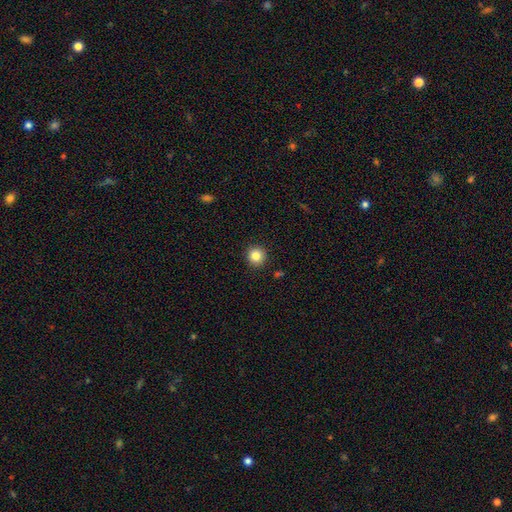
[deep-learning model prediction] Q: Smooth or featured?
A: smooth (84%); runner-up: star or artifact (11%)
Q: How rounded?
A: round (94%); runner-up: in between (5%)
Q: Merging?
A: none (92%); runner-up: minor disturbance (5%)